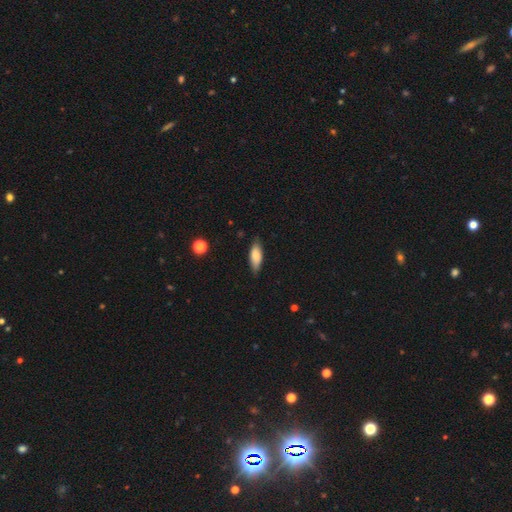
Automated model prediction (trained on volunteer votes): This appears to be a smooth galaxy with no disk features (78%) that is in between round and cigar-shaped (70%). Merging: none (79%).